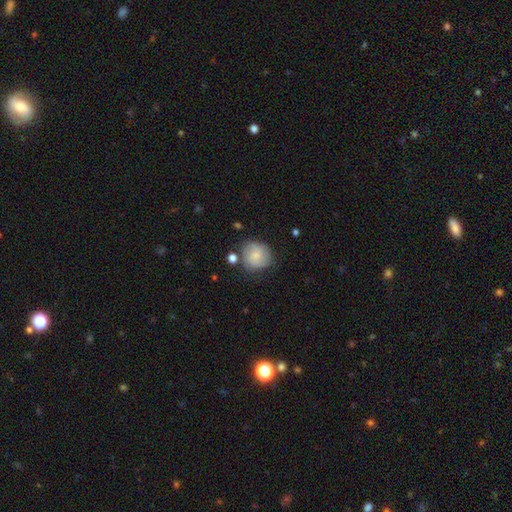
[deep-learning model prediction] A smooth galaxy with no disk features (72%) that is round (87%). Merging: none (68%).